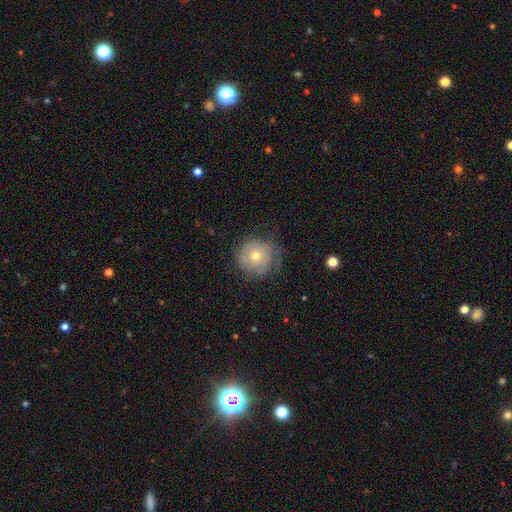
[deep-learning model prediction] Smooth or featured: featured or disk — 53% (smooth — 39%)
Edge-on disk: no — 97% (yes — 3%)
Bar: no — 84% (weak — 13%)
Spiral arms: yes — 75% (no — 25%)
Bulge size: moderate — 66% (small — 29%)
Merging: none — 61% (minor disturbance — 26%)